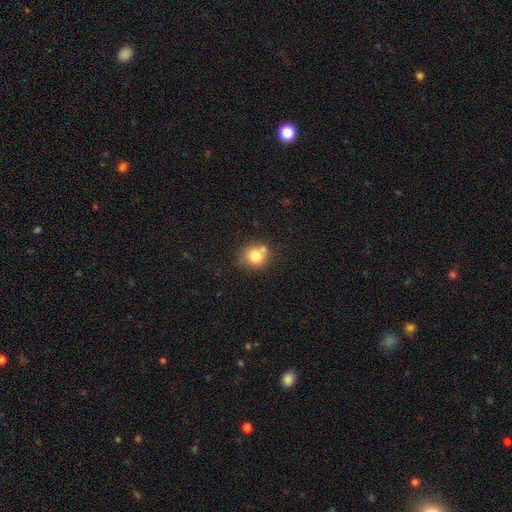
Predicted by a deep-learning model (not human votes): This appears to be a smooth galaxy with no disk features (77%) that is round (82%). Merging: none (59%).